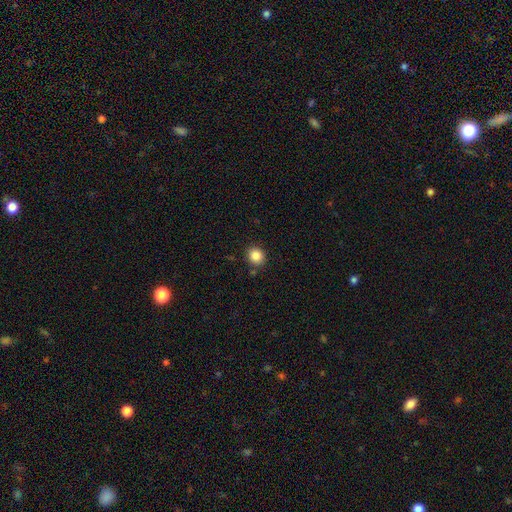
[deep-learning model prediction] smooth 86%, star or artifact 10%, featured or disk 4%. Down the decision tree: how rounded — round (79%); merging — none (85%).